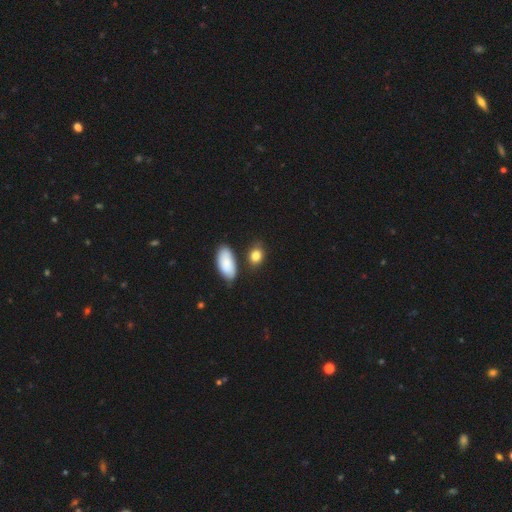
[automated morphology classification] This appears to be a smooth galaxy with no disk features (84%) that is in between round and cigar-shaped (63%). Merging: none (71%).